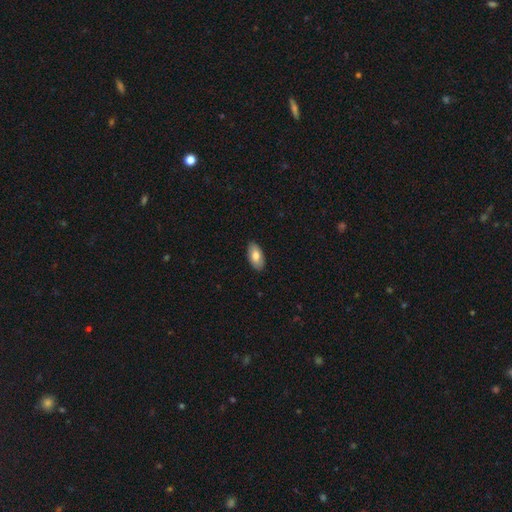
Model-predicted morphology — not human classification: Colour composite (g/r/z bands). It shows a smooth galaxy with no disk features (75%) that is in between round and cigar-shaped (95%). Merging: none (87%).